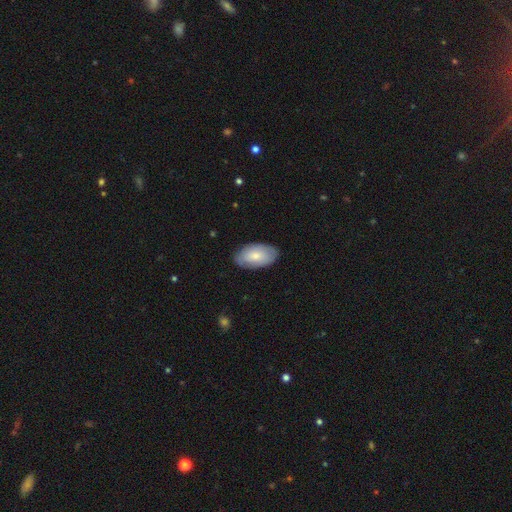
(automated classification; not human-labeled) Q: Smooth or featured?
A: smooth (72%); runner-up: featured or disk (22%)
Q: How rounded?
A: in between (95%); runner-up: round (4%)
Q: Merging?
A: none (83%); runner-up: minor disturbance (14%)